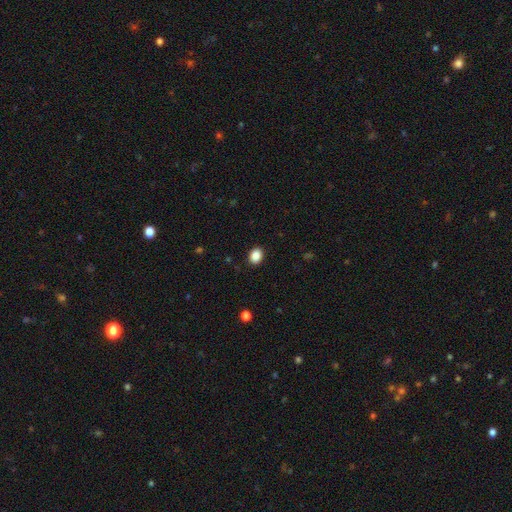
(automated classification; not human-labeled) This appears to be a smooth galaxy with no disk features (88%) that is in between round and cigar-shaped (61%). Merging: none (91%).